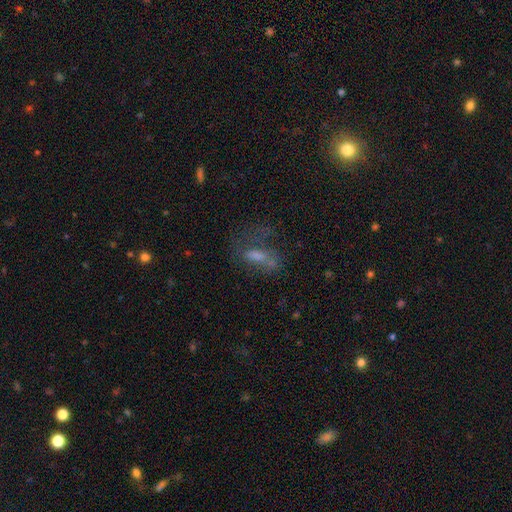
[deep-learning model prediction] This appears to be a smooth galaxy with no disk features (37%). Merging: none (45%).